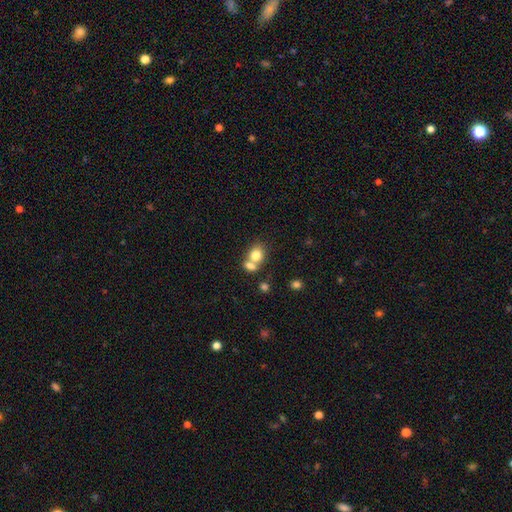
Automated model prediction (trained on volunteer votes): A smooth galaxy with no disk features (78%) that is round (56%).

Vote fractions:
- Smooth or featured? smooth: 78% / featured or disk: 12% / star or artifact: 10%
- How rounded? round: 56% / in between: 42% / cigar-shaped: 1%
- Merging? merger: 52% / none: 36% / minor disturbance: 8% / major disturbance: 4%